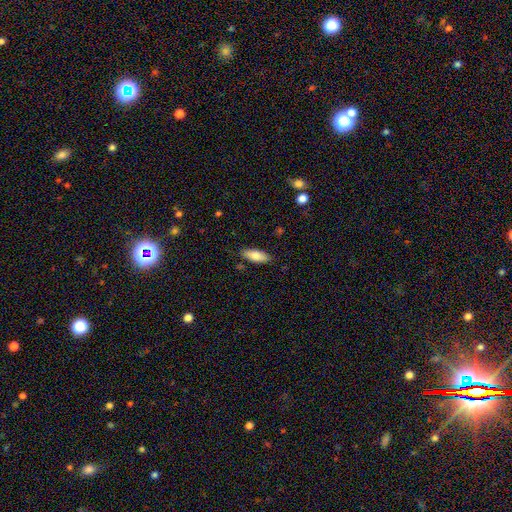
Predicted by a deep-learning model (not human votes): smooth-or-featured: smooth: 80% | featured or disk: 13% | star or artifact: 6%
  how-rounded: in between: 79% | cigar-shaped: 19% | round: 2%
  merging: none: 83% | minor disturbance: 13% | major disturbance: 2% | merger: 2%